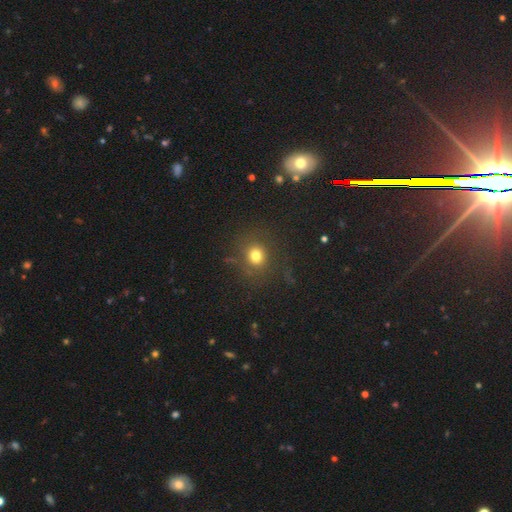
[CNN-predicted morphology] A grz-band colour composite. It shows a smooth galaxy with no disk features (75%) that is round (80%). Merging: none (81%).